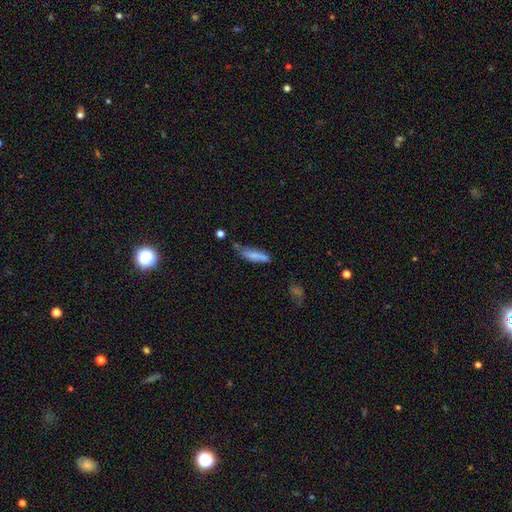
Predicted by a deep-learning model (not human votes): smooth-or-featured: smooth: 73% | featured or disk: 19% | star or artifact: 8%
  how-rounded: cigar-shaped: 67% | in between: 31% | round: 2%
  merging: none: 45% | minor disturbance: 32% | major disturbance: 12% | merger: 10%